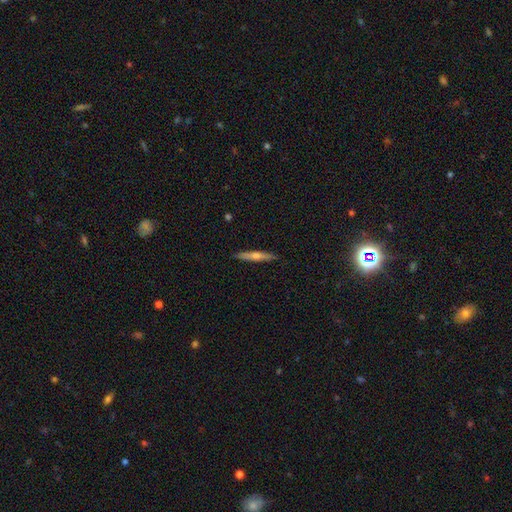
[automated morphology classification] smooth-or-featured: featured or disk: 55% | smooth: 39% | star or artifact: 7%
  disk-edge-on: yes: 96% | no: 4%
    edge-on-bulge: rounded: 79% | none: 17% | boxy: 4%
  merging: none: 91% | minor disturbance: 7% | major disturbance: 1% | merger: 1%